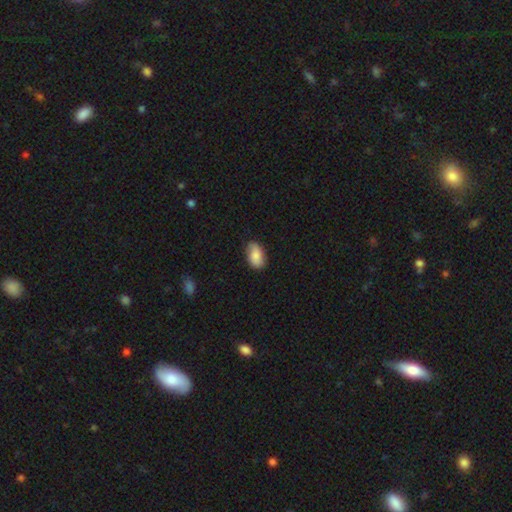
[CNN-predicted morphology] This appears to be a smooth galaxy with no disk features (72%) that is in between round and cigar-shaped (90%). Merging: none (76%).